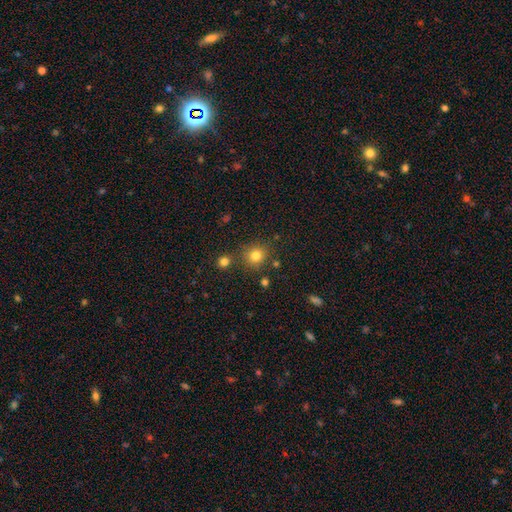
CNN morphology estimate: type=smooth (80%); roundness=round (86%); merging=none (78%).